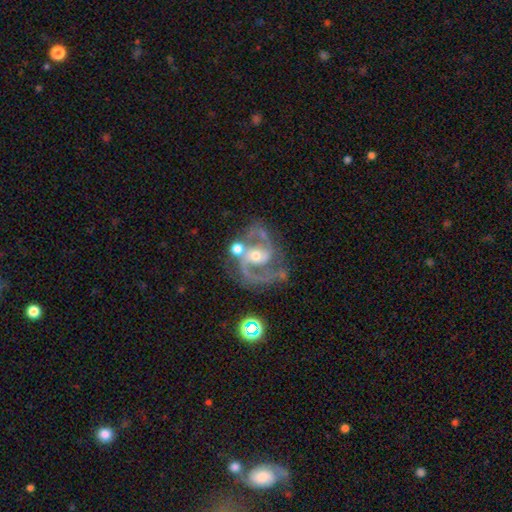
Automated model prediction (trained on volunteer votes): A featured or disk galaxy (89%) with a weak bar (39%), 2 (88%) medium (63%) spiral arms (97%) and a moderate central bulge (53%).

Vote fractions:
- Smooth or featured? featured or disk: 89% / star or artifact: 7% / smooth: 4%
- Edge-on disk? no: 98% / yes: 2%
- Bar? weak: 39% / no: 38% / strong: 23%
- Spiral arms? yes: 97% / no: 3%
- Spiral winding? medium: 63% / tight: 23% / loose: 13%
- Spiral arm count? 2: 88% / 3: 4% / can't tell: 3% / 1: 2% / 4: 1% / more than 4: 1%
- Bulge size? moderate: 53% / small: 42% / large: 3% / none: 1% / dominant: 1%
- Merging? none: 62% / minor disturbance: 18% / major disturbance: 11% / merger: 9%